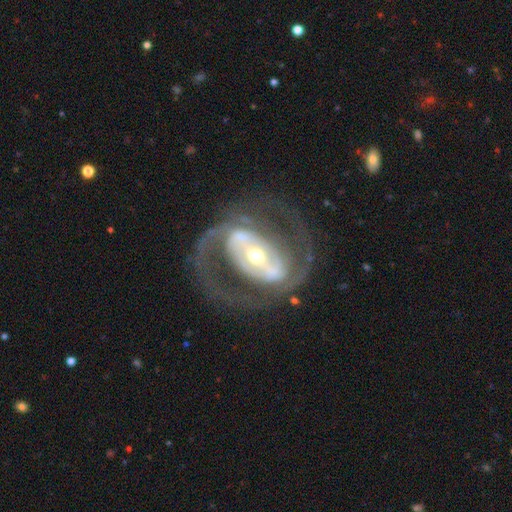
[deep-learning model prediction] Smooth or featured: featured or disk — 88% (smooth — 7%)
Edge-on disk: no — 96% (yes — 4%)
Bar: strong — 54% (weak — 27%)
Spiral arms: yes — 84% (no — 16%)
Spiral winding: medium — 50% (tight — 29%)
Spiral arm count: 2 — 83% (can't tell — 8%)
Bulge size: small — 47% (moderate — 46%)
Merging: none — 66% (major disturbance — 19%)